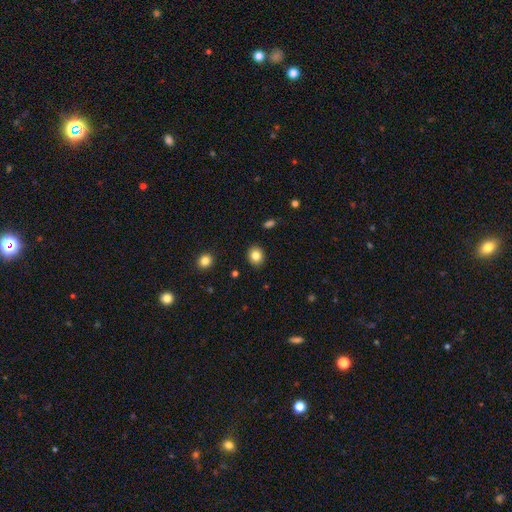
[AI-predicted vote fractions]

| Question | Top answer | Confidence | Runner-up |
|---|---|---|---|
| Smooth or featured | smooth | 83% | star or artifact (10%) |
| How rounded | round | 71% | in between (28%) |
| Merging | none | 90% | minor disturbance (7%) |